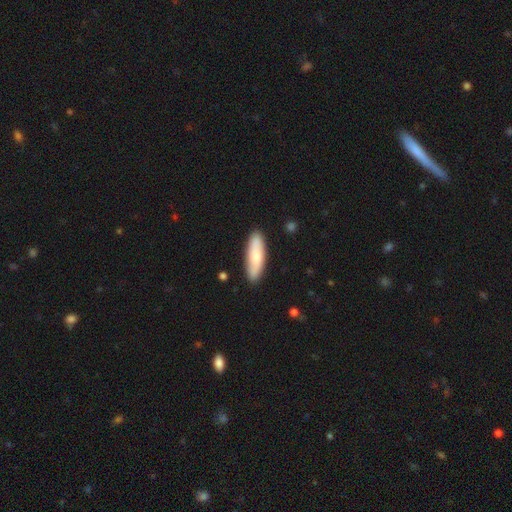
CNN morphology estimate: Overall: smooth (73%). How rounded: cigar-shaped (59%; in between 40%). Merging: none (88%).